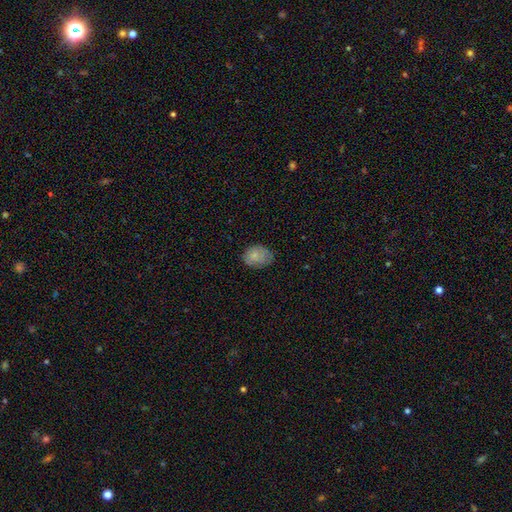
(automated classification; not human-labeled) Smooth or featured? Predicted: smooth (p=0.79). How rounded? Predicted: in between (p=0.74). Merging? Predicted: none (p=0.67).